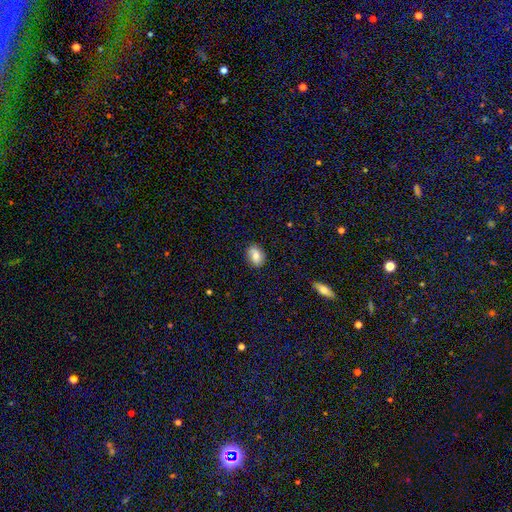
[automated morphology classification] Q: Smooth or featured?
A: smooth (74%); runner-up: featured or disk (18%)
Q: How rounded?
A: in between (73%); runner-up: round (25%)
Q: Merging?
A: none (82%); runner-up: minor disturbance (14%)